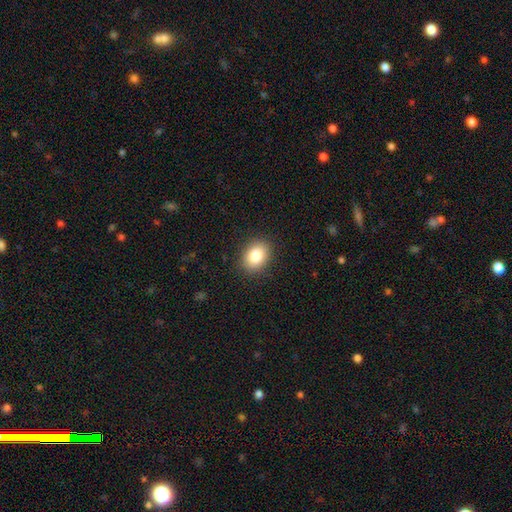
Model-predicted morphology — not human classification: Smooth or featured? smooth (83%)
How rounded? in between (66%)
Merging? none (88%)